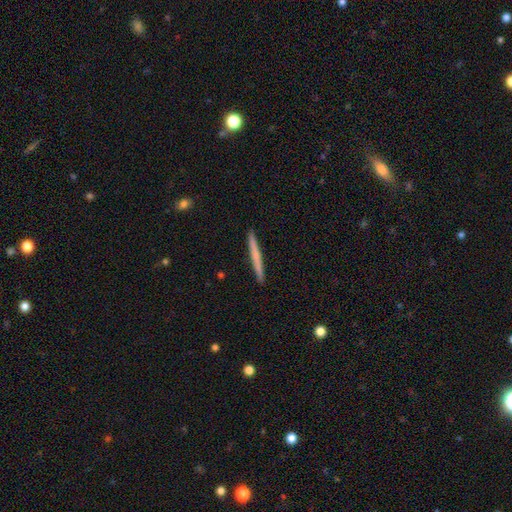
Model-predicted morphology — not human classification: Overall: smooth (57%; featured or disk 37%). How rounded: cigar-shaped (97%). Merging: none (93%).